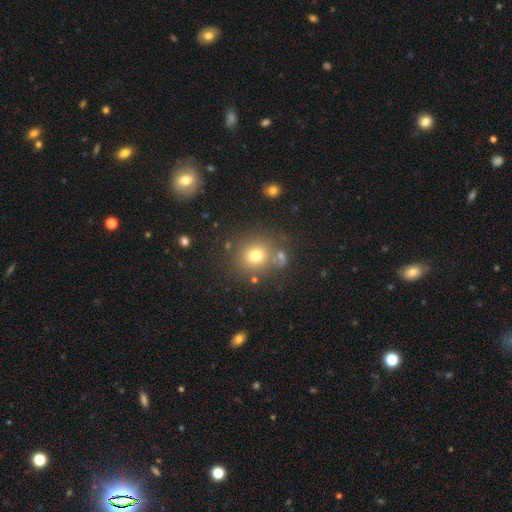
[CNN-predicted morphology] Smooth or featured?
  - smooth: 73% *
  - star or artifact: 16%
  - featured or disk: 11%
How rounded?
  - round: 86% *
  - in between: 13%
  - cigar-shaped: 1%
Merging?
  - none: 74% *
  - minor disturbance: 11%
  - merger: 10%
  - major disturbance: 5%